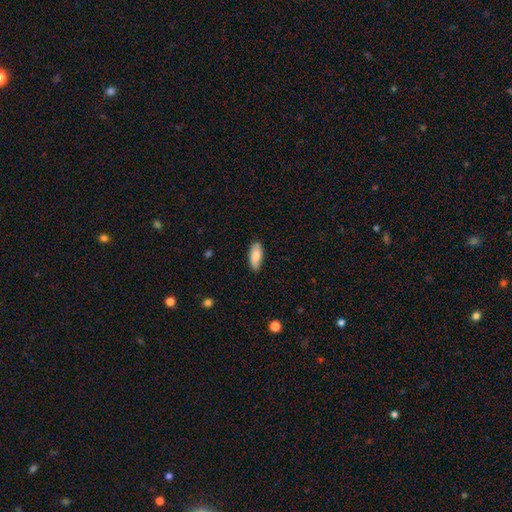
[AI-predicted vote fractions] A smooth galaxy with no disk features (80%) that is in between round and cigar-shaped (80%). Merging: none (77%).